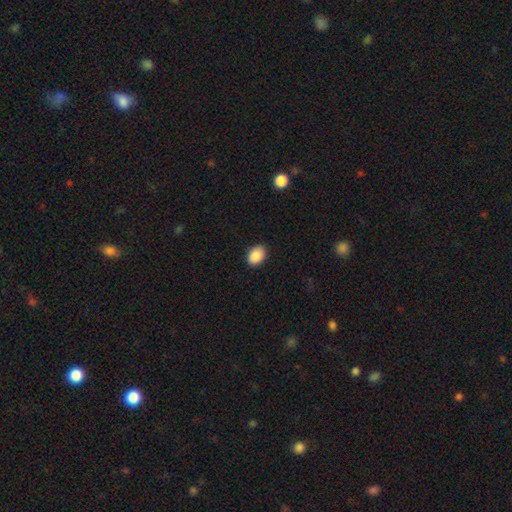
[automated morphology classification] A smooth galaxy with no disk features (90%) that is in between round and cigar-shaped (74%).

Vote fractions:
- Smooth or featured? smooth: 90% / star or artifact: 8% / featured or disk: 3%
- How rounded? in between: 74% / round: 25% / cigar-shaped: 1%
- Merging? none: 88% / minor disturbance: 9% / major disturbance: 2% / merger: 1%